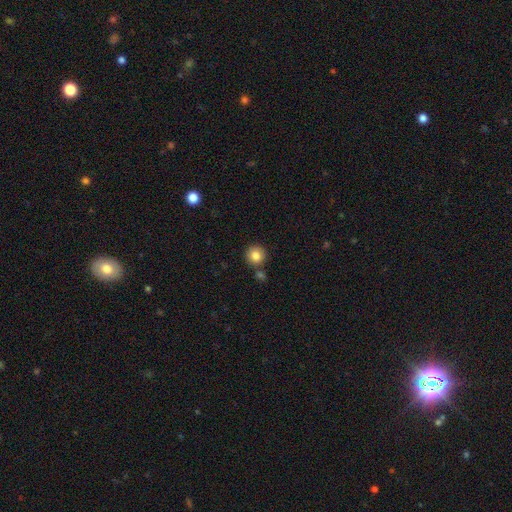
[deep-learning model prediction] Morphology: type=smooth (83%); roundness=round (93%); merging=none (78%).